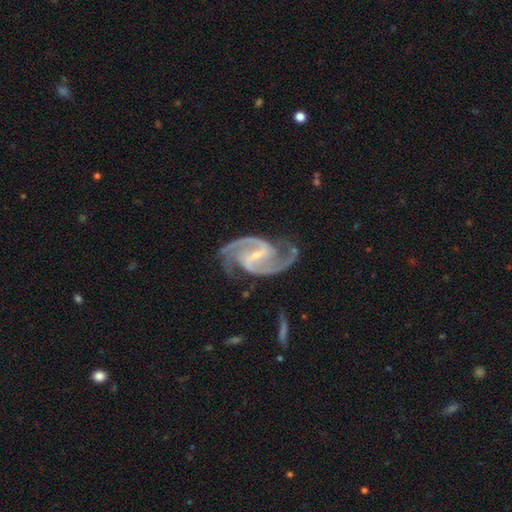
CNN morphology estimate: Smooth or featured? featured or disk (94%)
Edge-on disk? no (98%)
Bar? strong (51%)
Spiral arms? yes (99%)
Spiral winding? medium (64%)
Spiral arm count? 2 (90%)
Bulge size? small (77%)
Merging? none (77%)